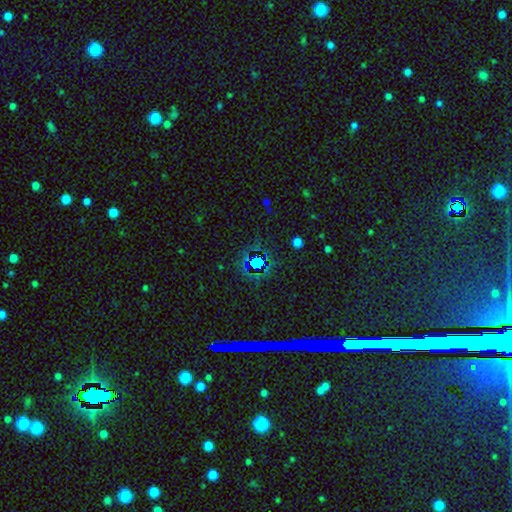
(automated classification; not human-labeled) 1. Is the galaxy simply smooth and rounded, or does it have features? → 73% star or artifact, 17% smooth, 10% featured or disk.